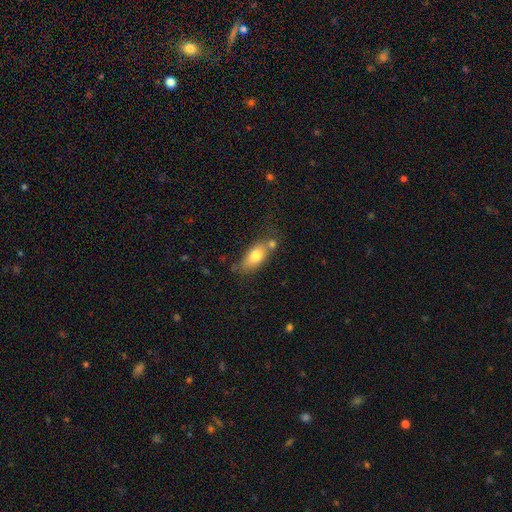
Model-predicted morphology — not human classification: type=smooth (73%); roundness=in between (84%); merging=none (54%).